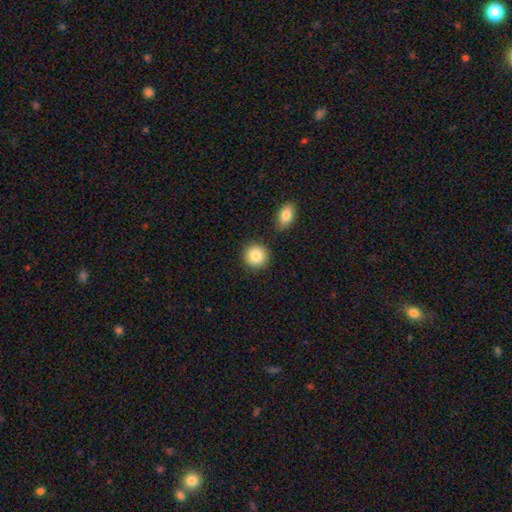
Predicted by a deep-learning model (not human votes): smooth 86%, star or artifact 8%, featured or disk 6%. Down the decision tree: how rounded — round (91%); merging — none (85%).